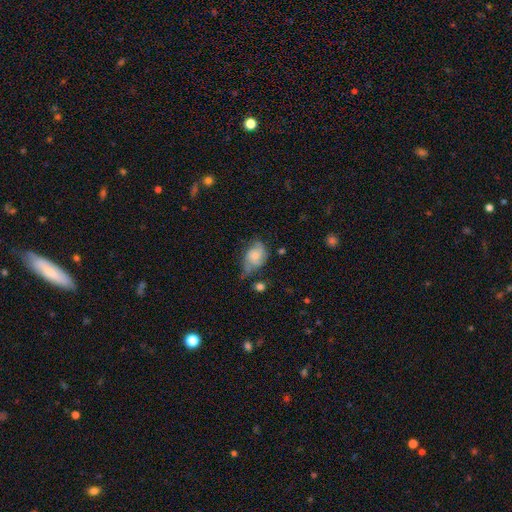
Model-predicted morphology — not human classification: Smooth or featured? smooth (52%)
How rounded? in between (72%)
Merging? minor disturbance (38%)